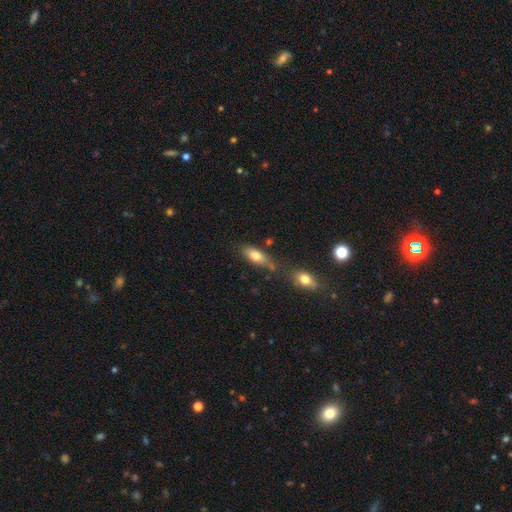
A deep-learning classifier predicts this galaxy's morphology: Smooth or featured?
  - smooth: 74% *
  - featured or disk: 18%
  - star or artifact: 8%
How rounded?
  - in between: 73% *
  - cigar-shaped: 24%
  - round: 4%
Merging?
  - none: 55% *
  - merger: 19%
  - minor disturbance: 19%
  - major disturbance: 6%